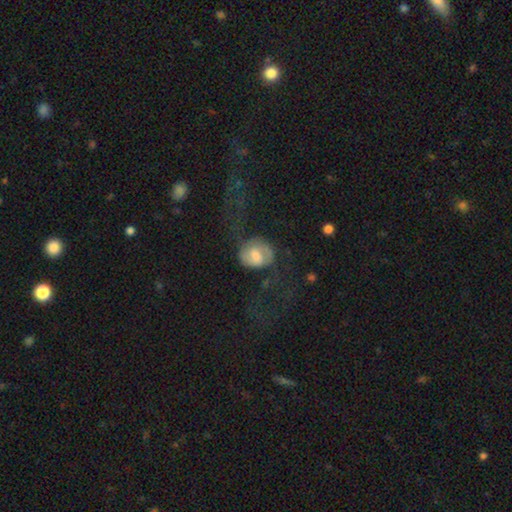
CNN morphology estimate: Smooth or featured? smooth (47%)
Merging? none (44%)